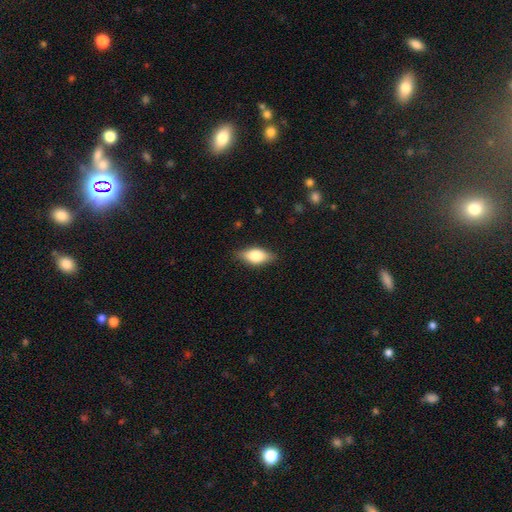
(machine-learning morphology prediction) A smooth galaxy with no disk features (68%) that is in between round and cigar-shaped (83%). Merging: none (84%).